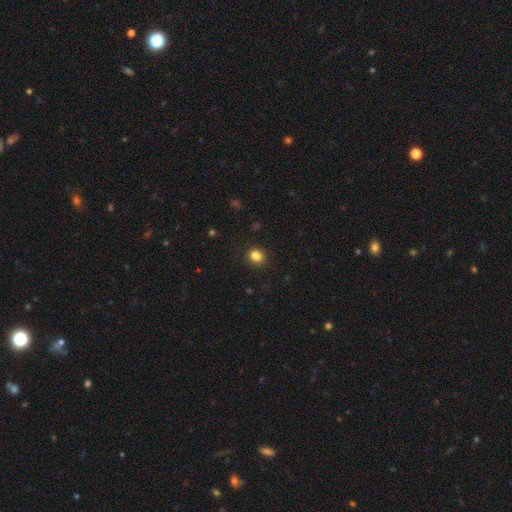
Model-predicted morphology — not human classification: smooth-or-featured: smooth: 85% | star or artifact: 11% | featured or disk: 4%
  how-rounded: round: 61% | in between: 38% | cigar-shaped: 1%
  merging: none: 88% | minor disturbance: 9% | major disturbance: 3% | merger: 1%